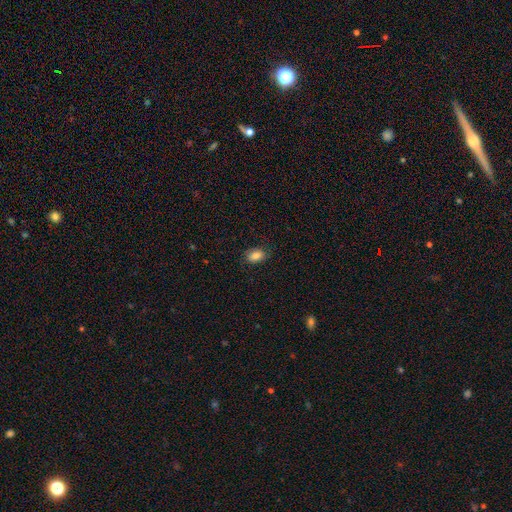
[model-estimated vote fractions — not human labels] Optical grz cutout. It shows a smooth galaxy with no disk features (85%) that is in between round and cigar-shaped (86%). Merging: none (82%).